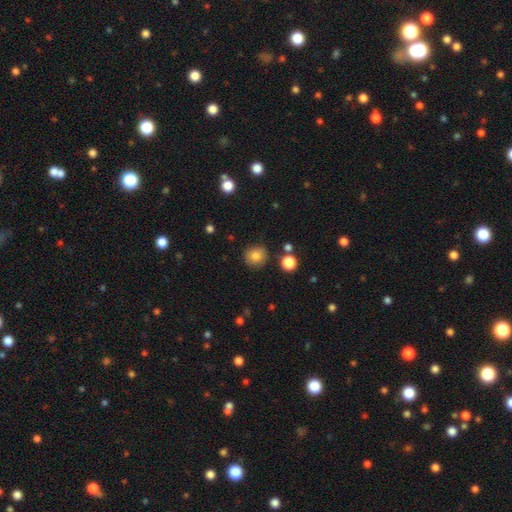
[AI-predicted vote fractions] smooth 82%, star or artifact 10%, featured or disk 7%. Down the decision tree: how rounded — round (90%); merging — none (85%).